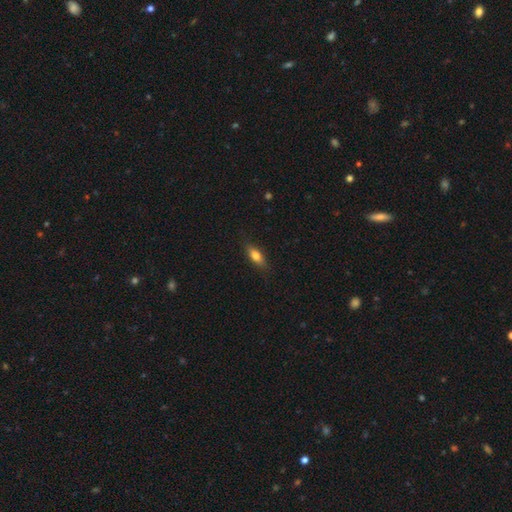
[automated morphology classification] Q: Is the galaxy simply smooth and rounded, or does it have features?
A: smooth — 76%.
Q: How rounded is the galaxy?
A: in between — 73%.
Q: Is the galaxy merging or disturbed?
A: none — 84%.